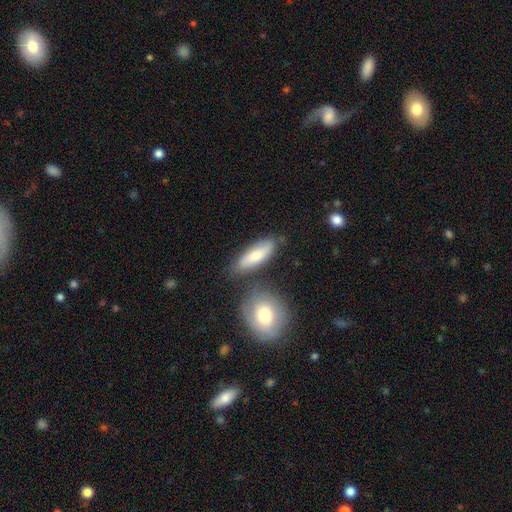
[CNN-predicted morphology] smooth 69%, featured or disk 25%, star or artifact 6%. Down the decision tree: how rounded — in between (56%); merging — none (70%).